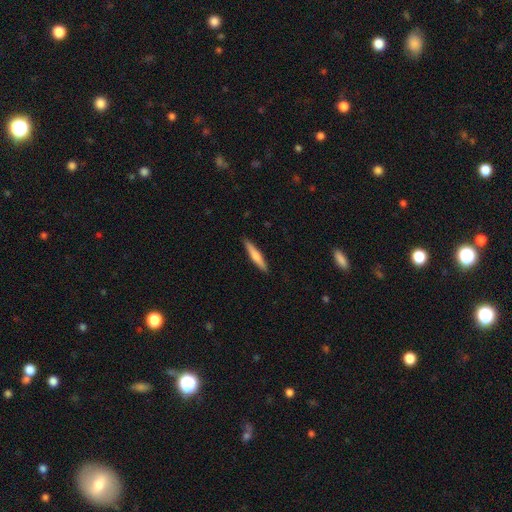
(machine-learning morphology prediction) Overall: smooth (60%; featured or disk 35%). How rounded: cigar-shaped (92%). Merging: none (91%).